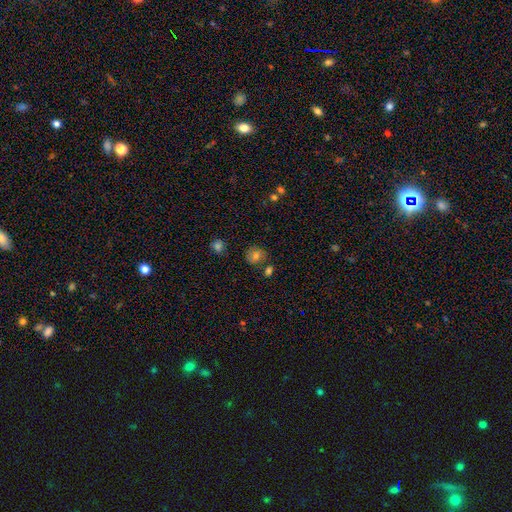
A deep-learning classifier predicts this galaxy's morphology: Smooth or featured? Predicted: smooth (p=0.76). How rounded? Predicted: round (p=0.82). Merging? Predicted: none (p=0.77).